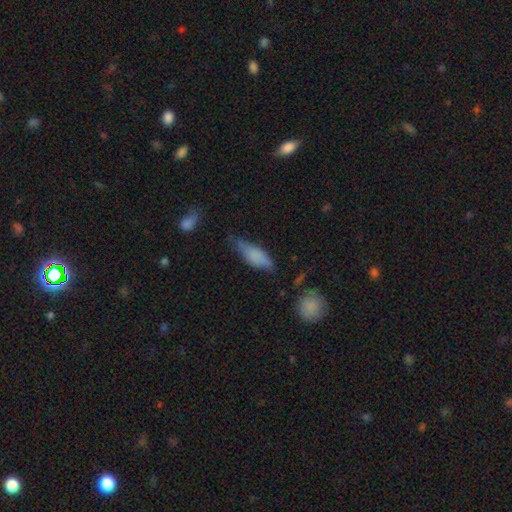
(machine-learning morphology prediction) A smooth galaxy with no disk features (74%) that is in between round and cigar-shaped (59%).

Vote fractions:
- Smooth or featured? smooth: 74% / featured or disk: 18% / star or artifact: 8%
- How rounded? in between: 59% / cigar-shaped: 38% / round: 3%
- Merging? none: 46% / minor disturbance: 38% / major disturbance: 12% / merger: 4%